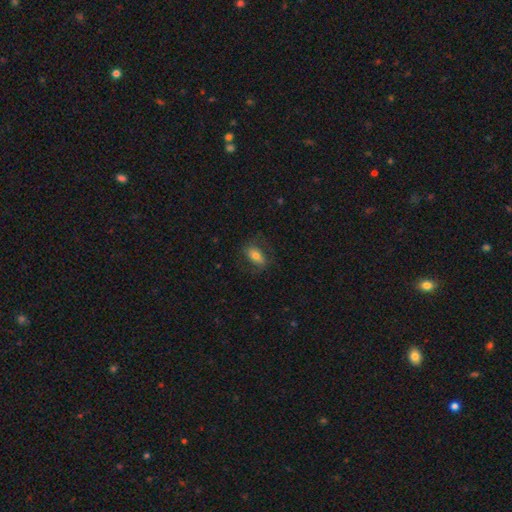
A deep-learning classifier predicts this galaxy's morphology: Smooth or featured? Predicted: smooth (p=0.66). How rounded? Predicted: in between (p=0.86). Merging? Predicted: none (p=0.71).